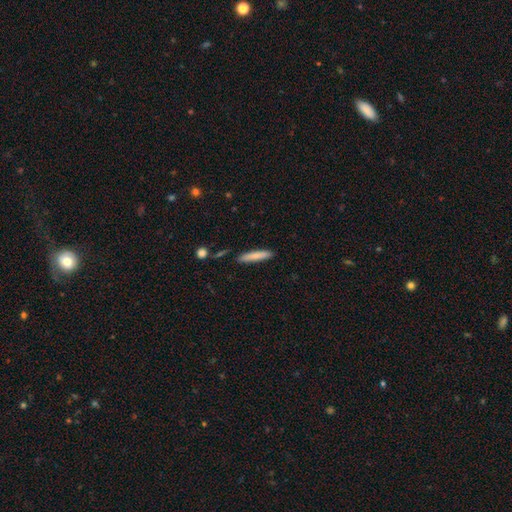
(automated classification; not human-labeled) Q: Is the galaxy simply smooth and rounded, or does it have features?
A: smooth — 81%.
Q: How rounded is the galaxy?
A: cigar-shaped — 90%.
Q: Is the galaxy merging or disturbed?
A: none — 86%.